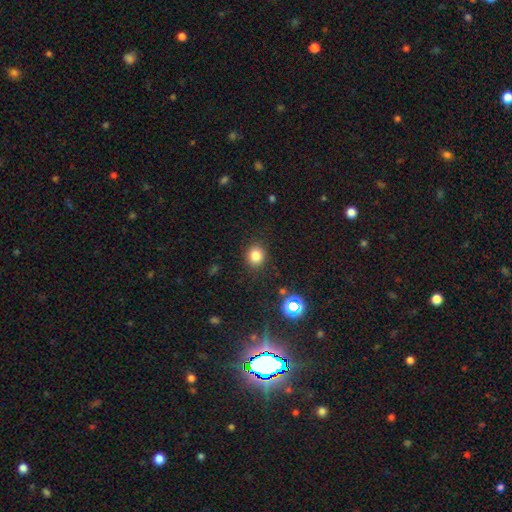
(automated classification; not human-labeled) Smooth or featured? Predicted: smooth (p=0.82). How rounded? Predicted: round (p=0.77). Merging? Predicted: none (p=0.88).